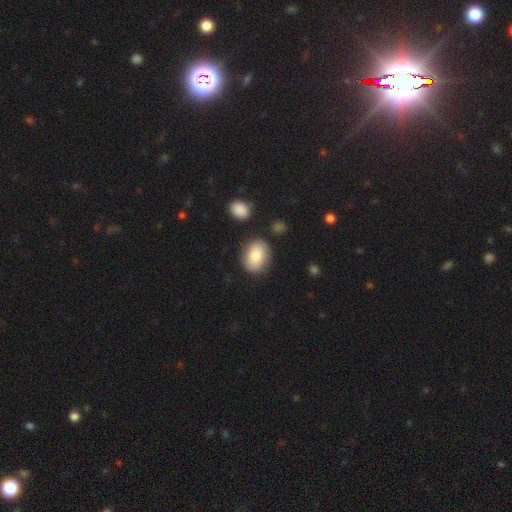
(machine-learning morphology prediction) The model was most divided on "how rounded": in between: 71%, round: 28%, cigar-shaped: 1%. More confident: smooth or featured — smooth (81%); merging — none (78%).